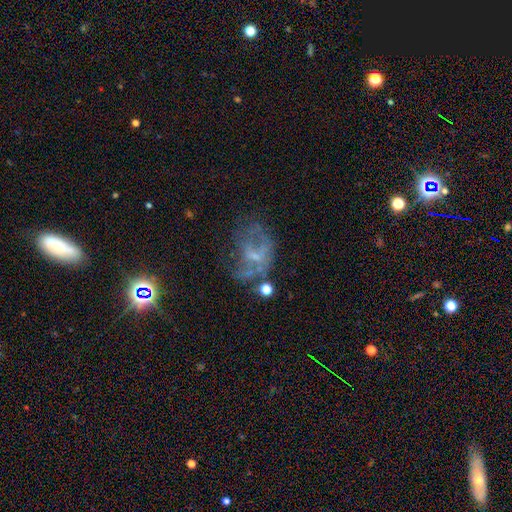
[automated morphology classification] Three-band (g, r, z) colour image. It shows a featured or disk galaxy (56%) with no bar (64%), no spiral arms (64%) and a small central bulge (45%). Merging: major disturbance (38%).